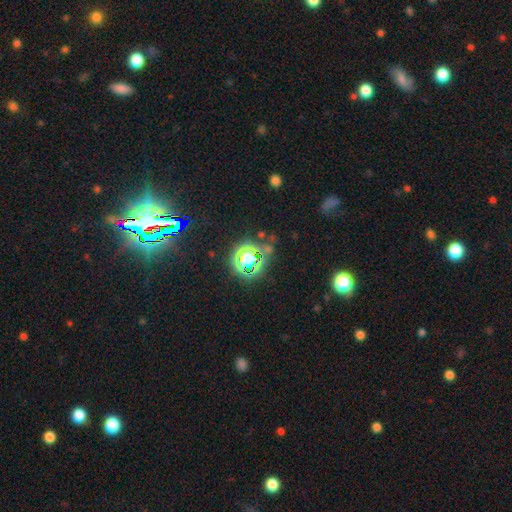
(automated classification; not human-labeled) Q: Smooth or featured?
A: star or artifact (77%); runner-up: smooth (15%)